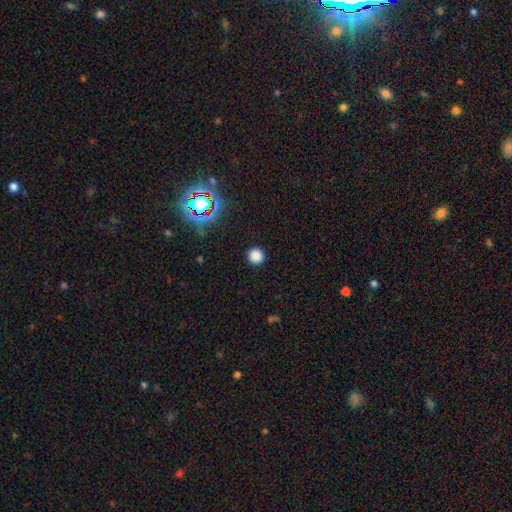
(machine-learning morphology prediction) This appears to be a smooth galaxy with no disk features (83%) that is round (95%). Merging: none (92%).